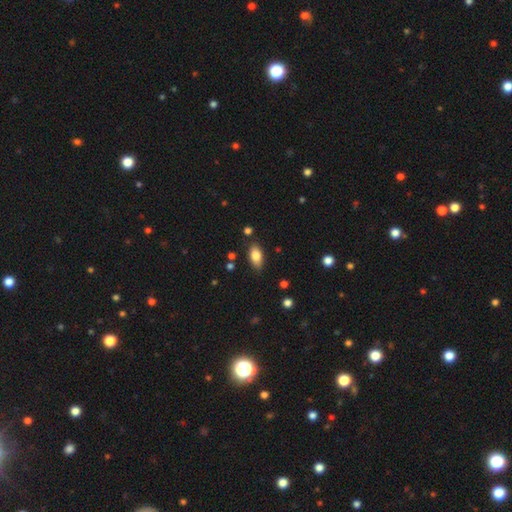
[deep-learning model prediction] This is clearly a smooth galaxy (82%). How rounded: clearly in between (90%). Merging: clearly none (83%).